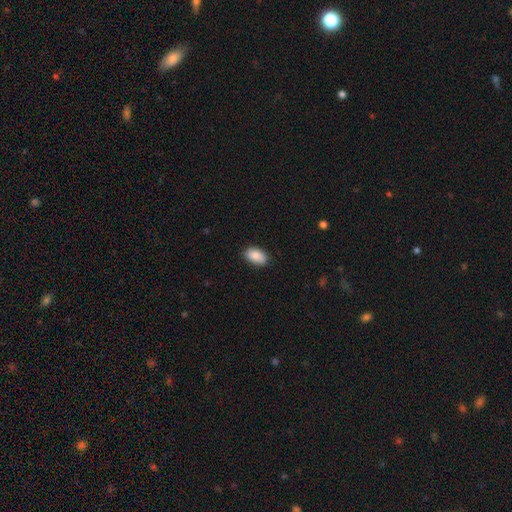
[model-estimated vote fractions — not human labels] smooth_or_featured: smooth (p=0.89) [alt: star or artifact p=0.07]
how_rounded: in between (p=0.93) [alt: round p=0.05]
merging: none (p=0.85) [alt: minor disturbance p=0.12]